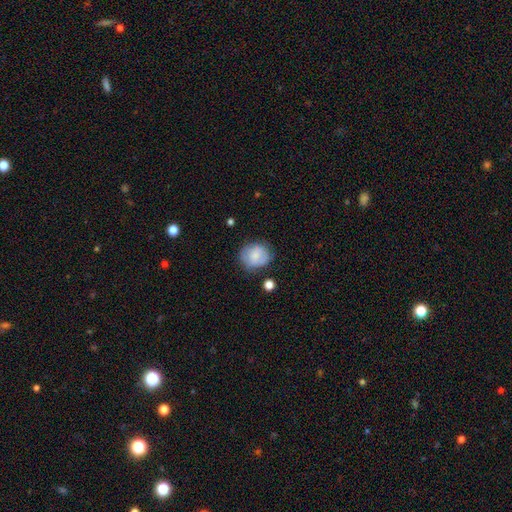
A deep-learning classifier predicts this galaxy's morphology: This is likely a smooth galaxy (65%). How rounded: likely round (70%). Merging: likely none (68%).